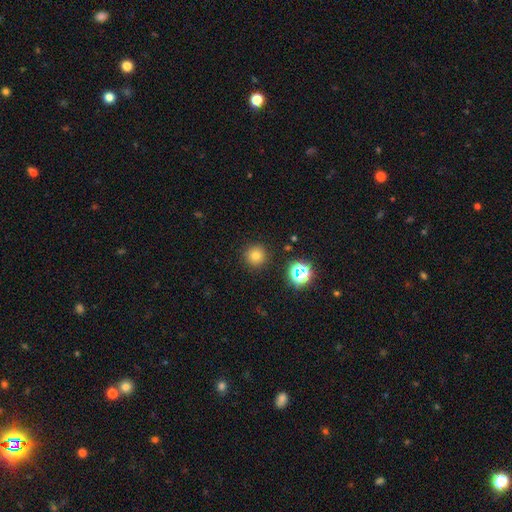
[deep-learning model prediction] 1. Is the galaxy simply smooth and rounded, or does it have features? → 73% smooth, 19% star or artifact, 8% featured or disk.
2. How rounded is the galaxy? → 95% round, 4% in between, 1% cigar-shaped.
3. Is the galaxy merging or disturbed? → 90% none, 6% minor disturbance, 2% major disturbance, 2% merger.